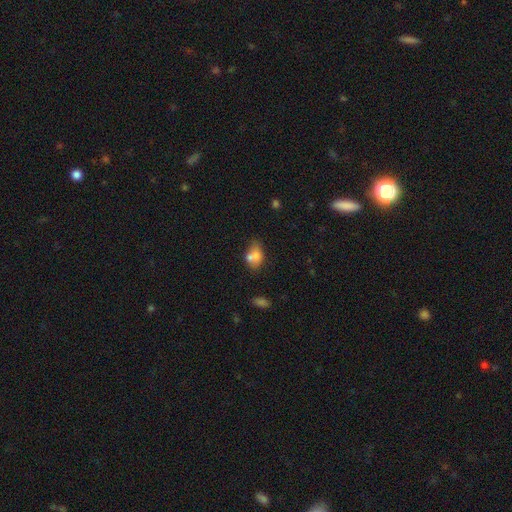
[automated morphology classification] Q: Smooth or featured?
A: smooth (71%); runner-up: featured or disk (18%)
Q: How rounded?
A: in between (72%); runner-up: round (26%)
Q: Merging?
A: merger (43%); runner-up: none (34%)